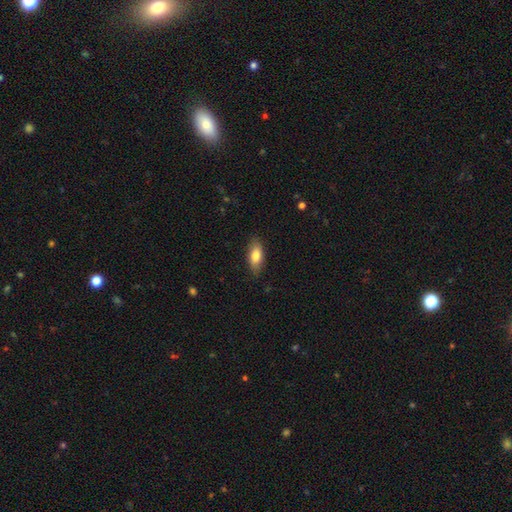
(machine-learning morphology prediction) smooth-or-featured: smooth: 81% | featured or disk: 13% | star or artifact: 6%
  how-rounded: in between: 83% | cigar-shaped: 15% | round: 3%
  merging: none: 84% | minor disturbance: 13% | major disturbance: 3% | merger: 1%